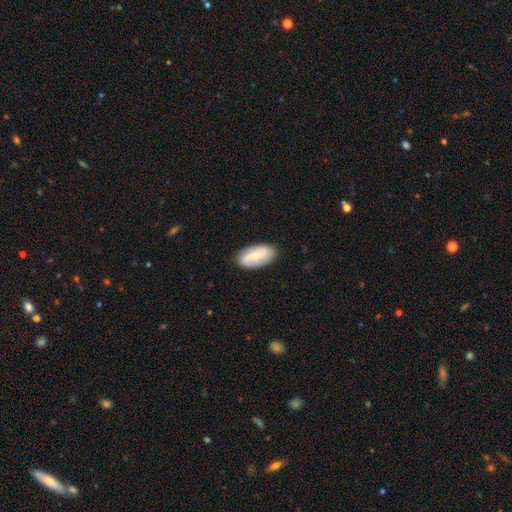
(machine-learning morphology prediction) The model was most divided on "bar": no: 45%, weak: 41%, strong: 14%. More confident: edge-on disk — no (94%); spiral arms — yes (88%); merging — none (86%); smooth or featured — featured or disk (57%); bulge size — small (56%).